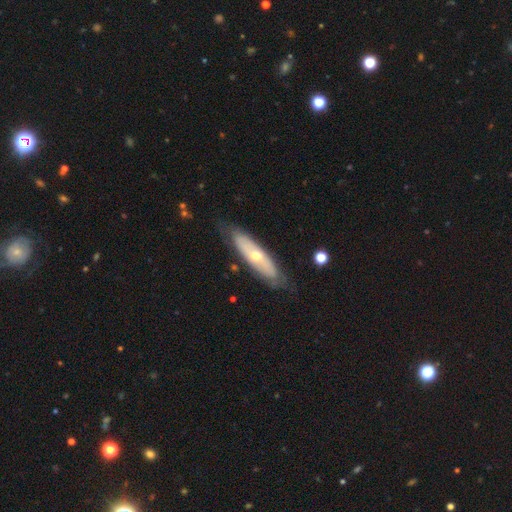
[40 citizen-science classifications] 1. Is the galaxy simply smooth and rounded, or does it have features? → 68% featured or disk, 25% smooth, 8% star or artifact.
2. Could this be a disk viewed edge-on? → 52% no, 48% yes.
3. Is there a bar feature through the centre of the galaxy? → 100% no, 0% strong, 0% weak.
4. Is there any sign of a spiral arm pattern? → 93% no, 7% yes.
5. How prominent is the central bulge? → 57% moderate, 36% small, 7% none, 0% dominant, 0% large.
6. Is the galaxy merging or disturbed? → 84% none, 16% minor disturbance, 0% major disturbance, 0% merger.